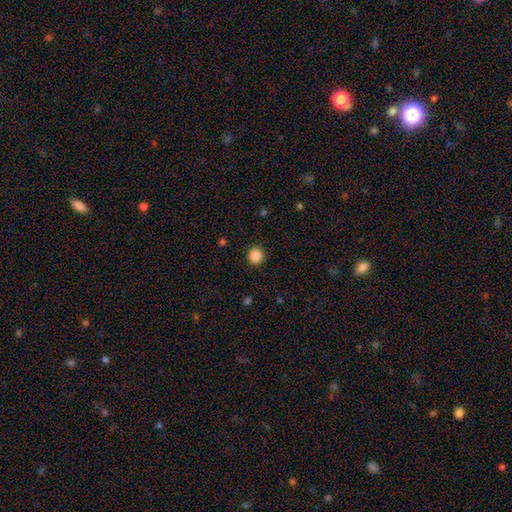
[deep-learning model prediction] Smooth or featured: smooth — 87% (star or artifact — 10%)
How rounded: round — 92% (in between — 7%)
Merging: none — 92% (minor disturbance — 5%)